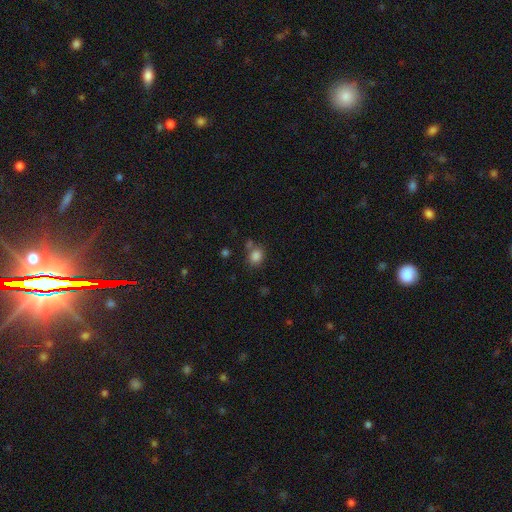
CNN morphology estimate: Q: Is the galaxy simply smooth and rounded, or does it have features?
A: smooth — 83%.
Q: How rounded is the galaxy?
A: round — 55%.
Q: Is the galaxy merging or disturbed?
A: none — 66%.